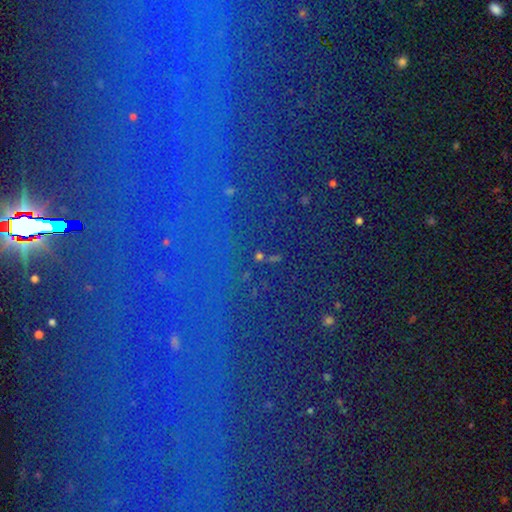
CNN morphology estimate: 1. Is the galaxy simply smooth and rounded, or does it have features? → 83% star or artifact, 9% featured or disk, 9% smooth.